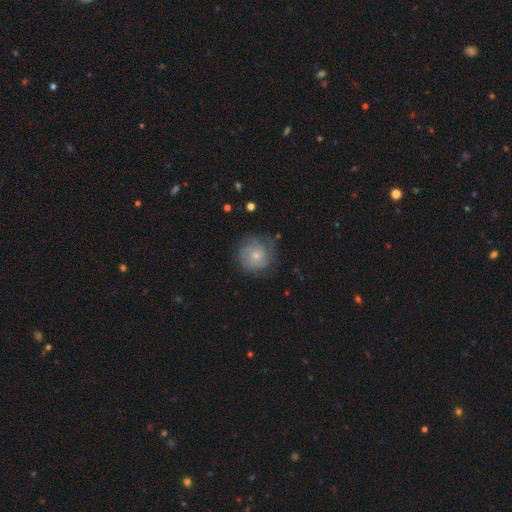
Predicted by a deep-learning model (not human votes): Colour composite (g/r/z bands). It shows a featured or disk galaxy (51%) with no bar (82%), spiral arms (81%) and a small central bulge (67%). Merging: none (68%).